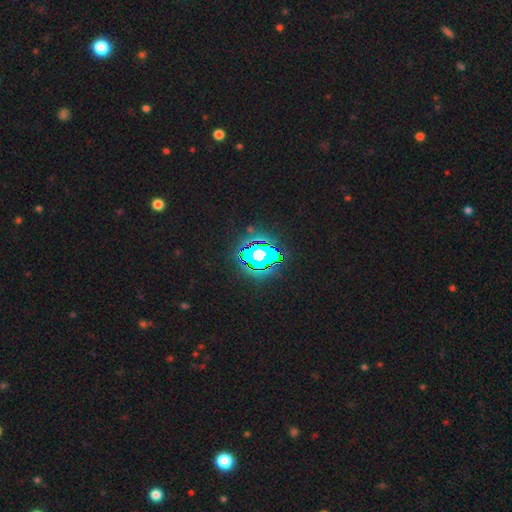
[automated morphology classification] Smooth or featured: star or artifact — 61% (smooth — 20%)